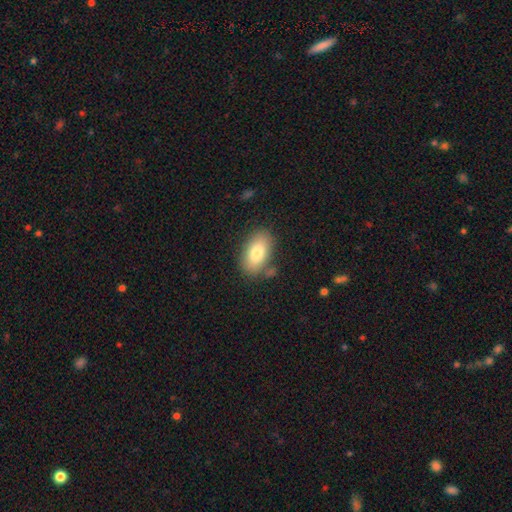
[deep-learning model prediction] A smooth galaxy with no disk features (80%) that is in between round and cigar-shaped (92%).

Vote fractions:
- Smooth or featured? smooth: 80% / featured or disk: 13% / star or artifact: 7%
- How rounded? in between: 92% / round: 6% / cigar-shaped: 2%
- Merging? none: 78% / minor disturbance: 13% / merger: 5% / major disturbance: 4%